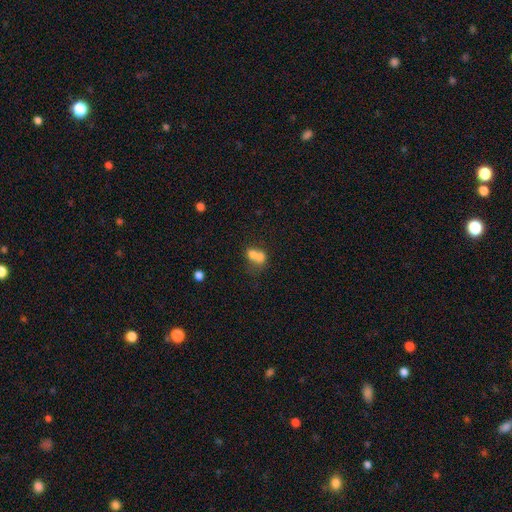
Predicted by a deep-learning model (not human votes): Smooth or featured? smooth (68%)
How rounded? round (52%)
Merging? merger (69%)